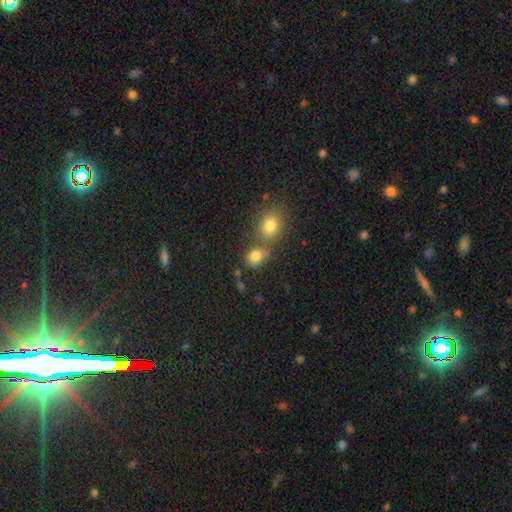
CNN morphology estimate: smooth-or-featured: smooth: 79% | star or artifact: 13% | featured or disk: 8%
  how-rounded: round: 56% | in between: 43% | cigar-shaped: 1%
  merging: none: 50% | merger: 36% | minor disturbance: 10% | major disturbance: 4%